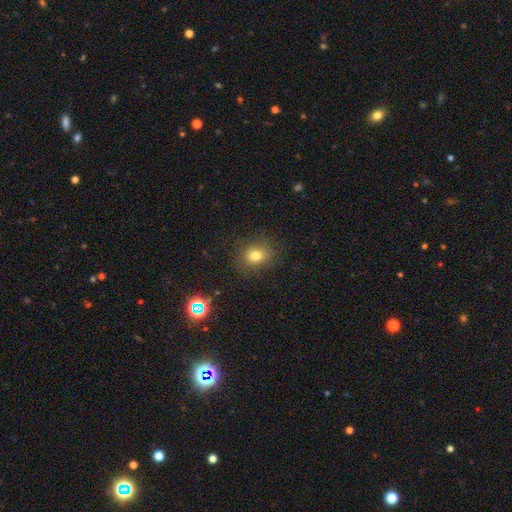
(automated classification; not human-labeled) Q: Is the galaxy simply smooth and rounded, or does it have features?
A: smooth — 77%.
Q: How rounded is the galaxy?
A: round — 57%.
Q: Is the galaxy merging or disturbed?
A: none — 82%.